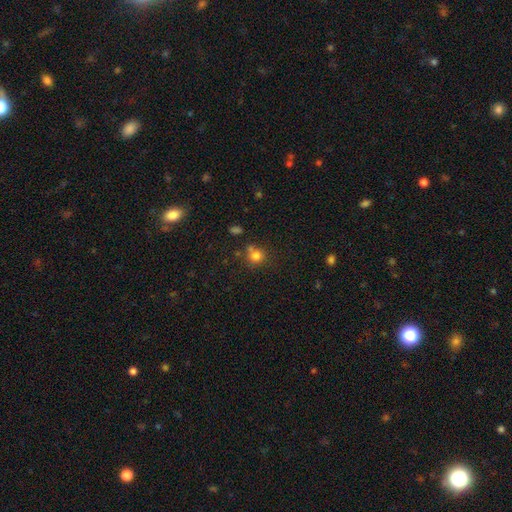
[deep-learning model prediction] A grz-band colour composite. It shows a smooth galaxy with no disk features (78%) that is round (84%). Merging: none (62%).